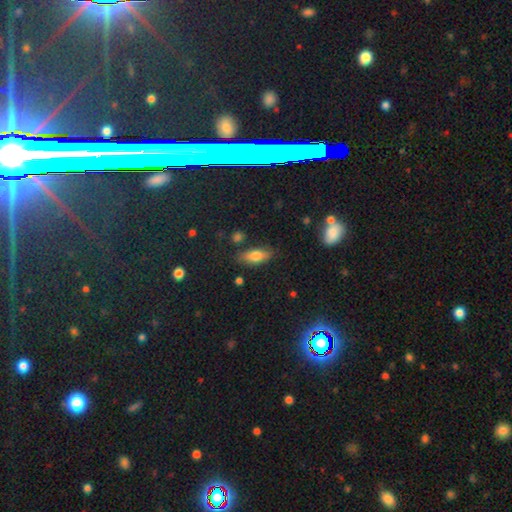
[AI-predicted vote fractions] smooth 71%, featured or disk 20%, star or artifact 9%. Down the decision tree: how rounded — in between (74%); merging — none (78%).